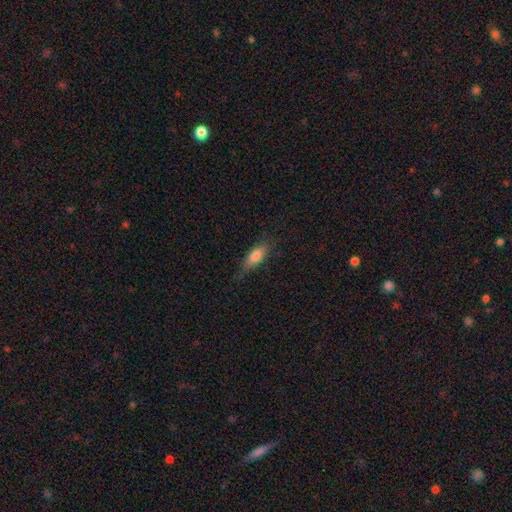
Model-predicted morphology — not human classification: smooth 76%, featured or disk 17%, star or artifact 7%. Down the decision tree: how rounded — in between (64%); merging — none (71%).